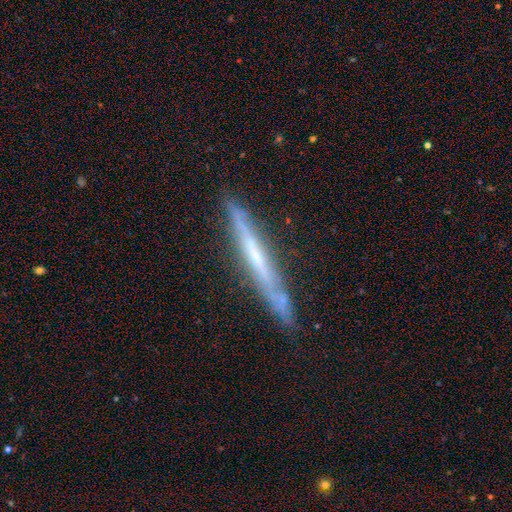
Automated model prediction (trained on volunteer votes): The model was most divided on "smooth or featured": featured or disk: 69%, smooth: 24%, star or artifact: 7%. More confident: edge-on disk — yes (93%); merging — none (83%); edge-on bulge — none (71%).